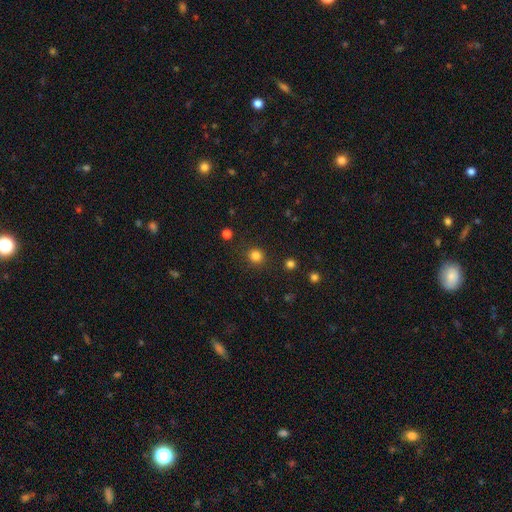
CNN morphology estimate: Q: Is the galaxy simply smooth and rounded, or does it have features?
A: smooth — 83%.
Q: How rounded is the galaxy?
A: round — 90%.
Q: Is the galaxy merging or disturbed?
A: none — 89%.